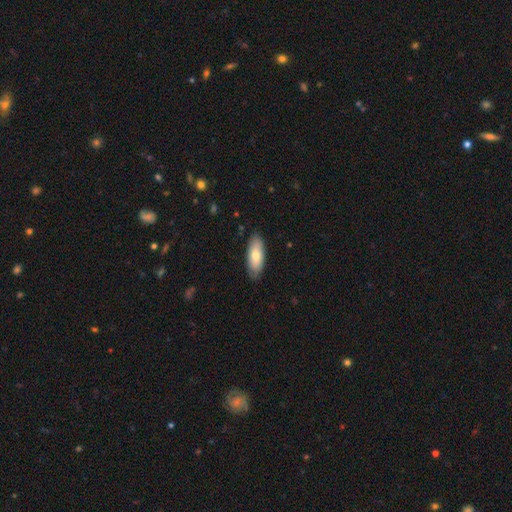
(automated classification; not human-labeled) smooth-or-featured: smooth: 74% | featured or disk: 20% | star or artifact: 6%
  how-rounded: in between: 78% | cigar-shaped: 20% | round: 2%
  merging: none: 85% | minor disturbance: 12% | major disturbance: 2% | merger: 1%